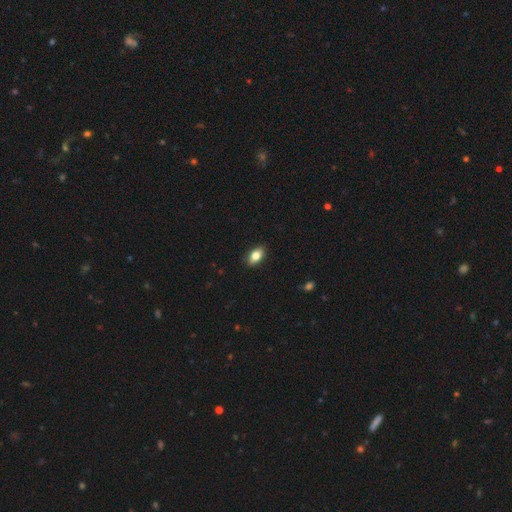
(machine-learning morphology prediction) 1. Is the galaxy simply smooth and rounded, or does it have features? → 81% smooth, 12% featured or disk, 7% star or artifact.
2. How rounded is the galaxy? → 89% in between, 6% round, 4% cigar-shaped.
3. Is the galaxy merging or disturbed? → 89% none, 9% minor disturbance, 2% major disturbance, 1% merger.